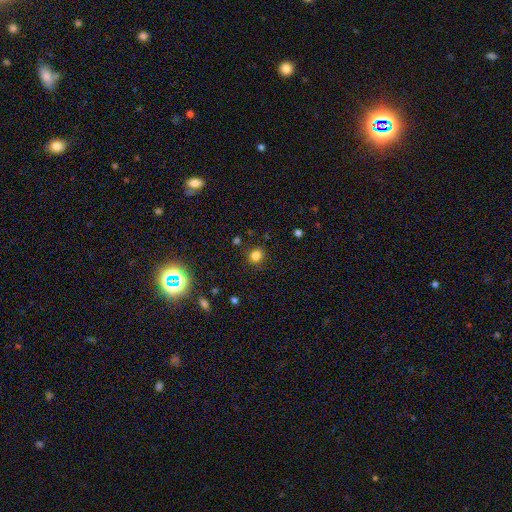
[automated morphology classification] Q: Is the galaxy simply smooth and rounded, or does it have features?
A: smooth — 80%.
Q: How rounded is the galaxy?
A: round — 86%.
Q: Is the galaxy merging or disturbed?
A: none — 87%.